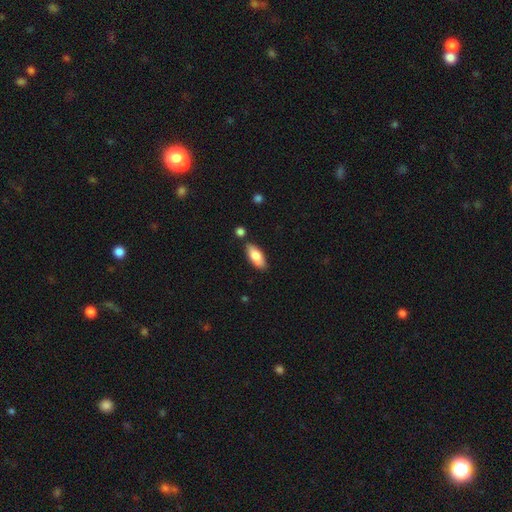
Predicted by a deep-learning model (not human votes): Smooth or featured? smooth (80%)
How rounded? in between (82%)
Merging? none (81%)